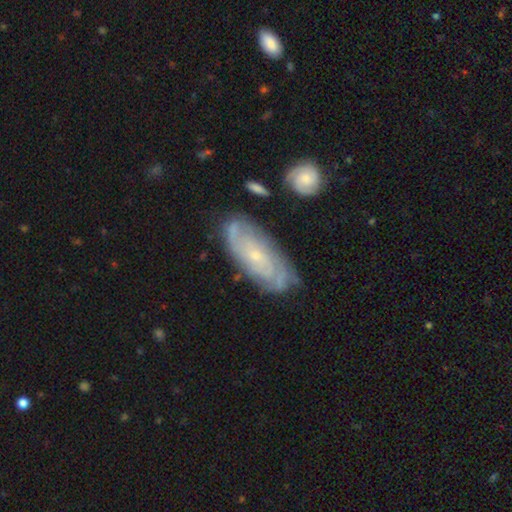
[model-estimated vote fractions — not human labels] This appears to be a featured or disk galaxy (73%) with no bar (74%), tight (61%) spiral arms (88%) and a small central bulge (78%). Merging: none (73%).